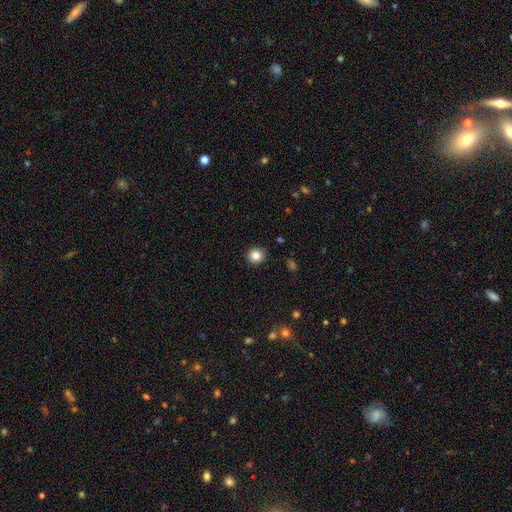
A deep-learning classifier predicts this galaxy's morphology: type=smooth (84%); roundness=round (92%); merging=none (91%).